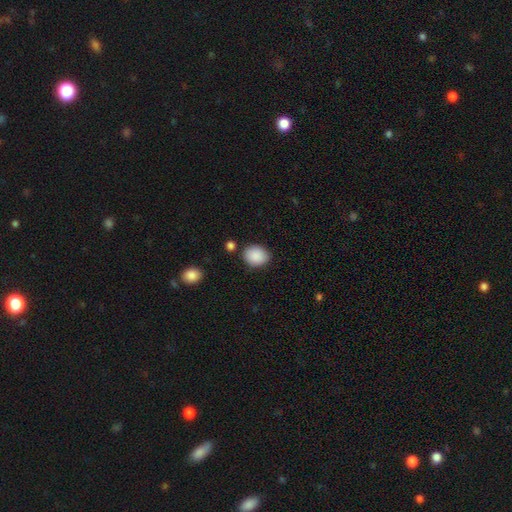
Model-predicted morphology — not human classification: Q: Smooth or featured?
A: smooth (89%); runner-up: star or artifact (7%)
Q: How rounded?
A: round (54%); runner-up: in between (45%)
Q: Merging?
A: none (81%); runner-up: minor disturbance (12%)